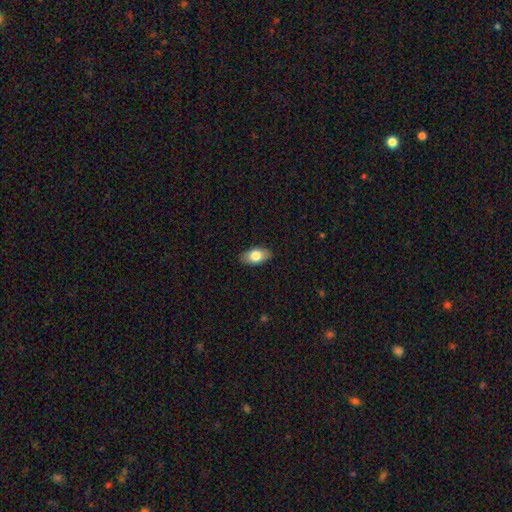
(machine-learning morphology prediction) type=smooth (78%); roundness=in between (91%); merging=none (87%).